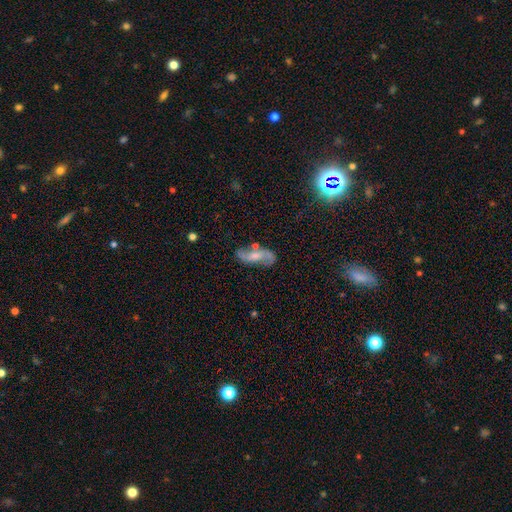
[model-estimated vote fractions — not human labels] Overall: featured or disk (68%). Edge-on disk: no (91%). Bar: weak (41%; no 38%). Spiral arms: yes (89%). Spiral arm count: 2 (88%). Spiral winding: loose (60%; medium 30%). Bulge size: moderate (38%; small 30%). Merging: none (63%).